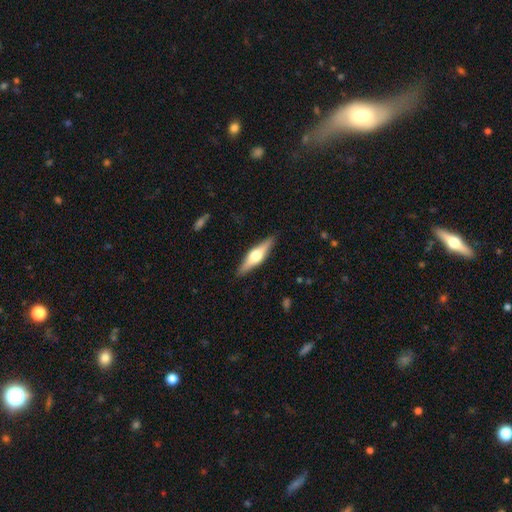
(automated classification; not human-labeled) This is likely a featured or disk galaxy (64%). It is clearly viewed edge-on (96%). Edge-on bulge: clearly rounded (94%). Merging: clearly none (90%).